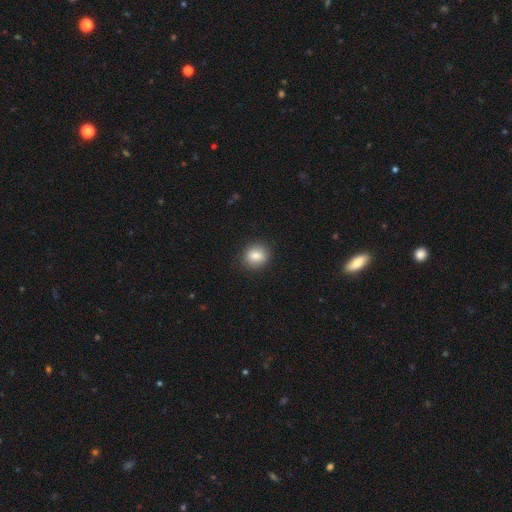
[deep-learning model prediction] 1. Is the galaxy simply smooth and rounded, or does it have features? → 85% smooth, 9% star or artifact, 6% featured or disk.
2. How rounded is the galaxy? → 75% round, 24% in between, 1% cigar-shaped.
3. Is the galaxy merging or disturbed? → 89% none, 8% minor disturbance, 2% major disturbance, 1% merger.